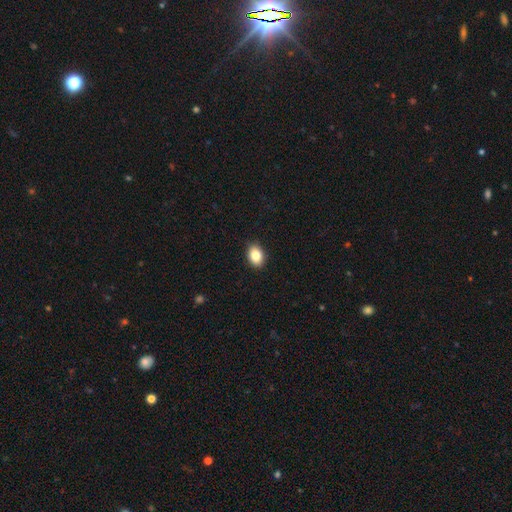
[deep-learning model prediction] This appears to be a smooth galaxy with no disk features (85%) that is in between round and cigar-shaped (74%). Merging: none (89%).